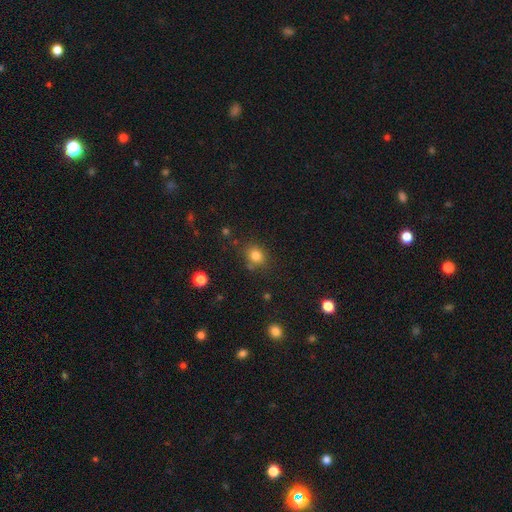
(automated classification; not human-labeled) Smooth or featured? smooth (81%)
How rounded? round (67%)
Merging? none (77%)